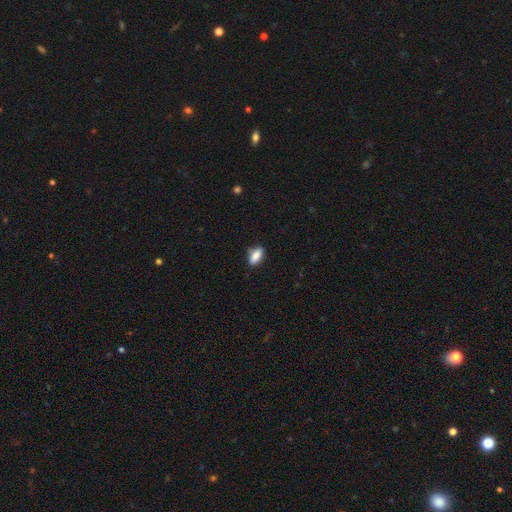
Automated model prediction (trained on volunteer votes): Smooth or featured? smooth (85%)
How rounded? in between (80%)
Merging? none (82%)